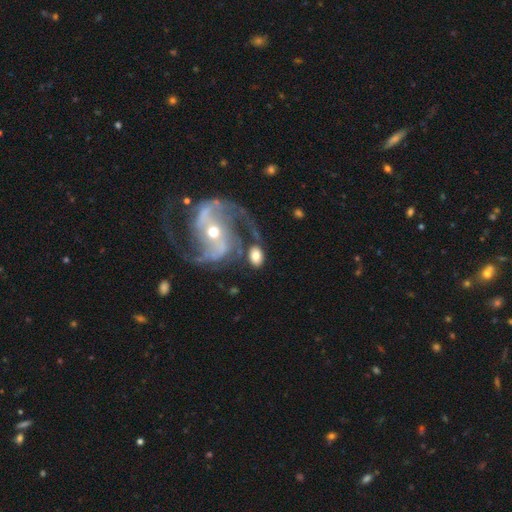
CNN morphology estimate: smooth 52%, featured or disk 41%, star or artifact 8%. Down the decision tree: how rounded — in between (79%); merging — none (53%).